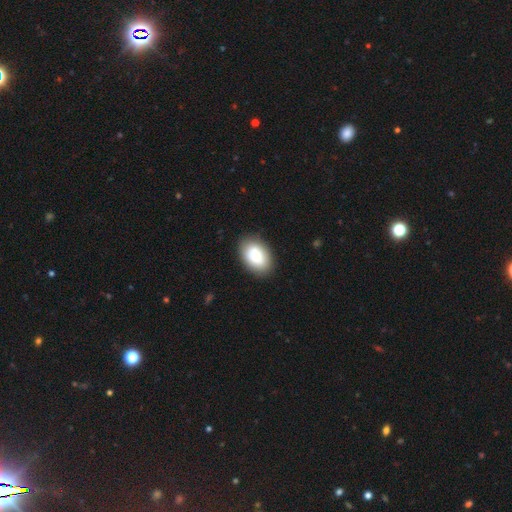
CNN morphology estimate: A smooth galaxy with no disk features (76%) that is in between round and cigar-shaped (87%).

Vote fractions:
- Smooth or featured? smooth: 76% / featured or disk: 17% / star or artifact: 7%
- How rounded? in between: 87% / round: 12% / cigar-shaped: 1%
- Merging? none: 82% / minor disturbance: 12% / major disturbance: 3% / merger: 2%